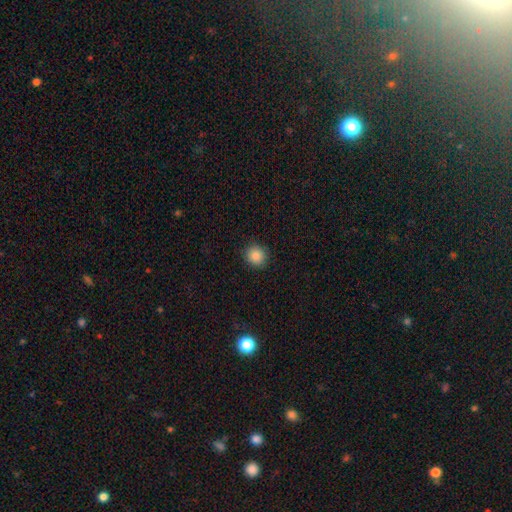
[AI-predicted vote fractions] Smooth or featured: smooth — 87% (star or artifact — 10%)
How rounded: round — 84% (in between — 15%)
Merging: none — 89% (minor disturbance — 8%)